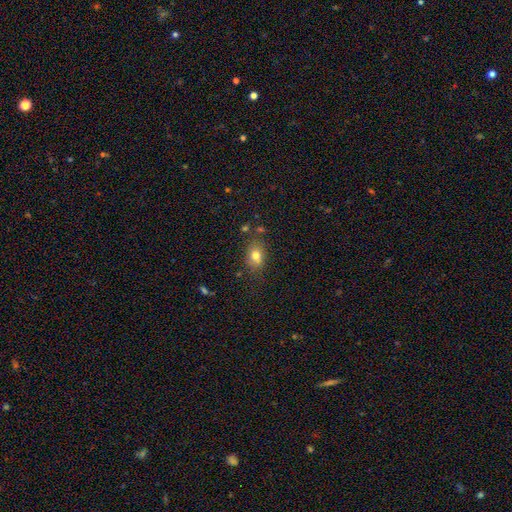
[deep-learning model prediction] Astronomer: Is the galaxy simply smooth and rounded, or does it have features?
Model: smooth — 76%.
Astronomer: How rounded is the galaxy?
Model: in between — 67%.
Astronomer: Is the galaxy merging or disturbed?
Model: none — 73%.